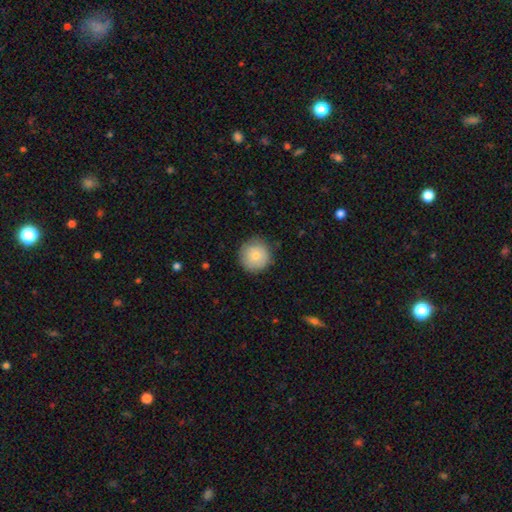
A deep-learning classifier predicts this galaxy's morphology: smooth 80%, featured or disk 13%, star or artifact 8%. Down the decision tree: how rounded — round (95%); merging — none (84%).